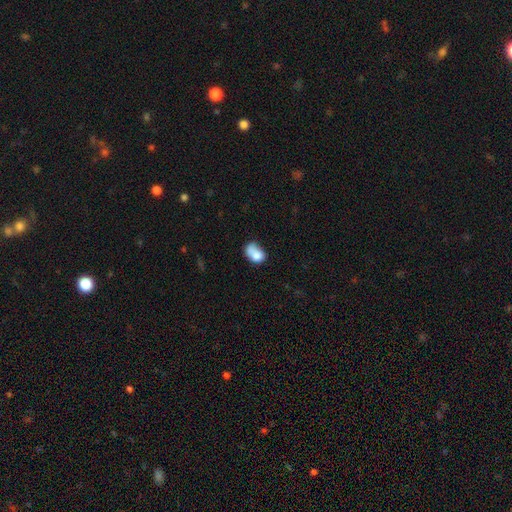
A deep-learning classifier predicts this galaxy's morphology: smooth 74%, featured or disk 16%, star or artifact 9%. Down the decision tree: how rounded — in between (69%); merging — merger (34%).